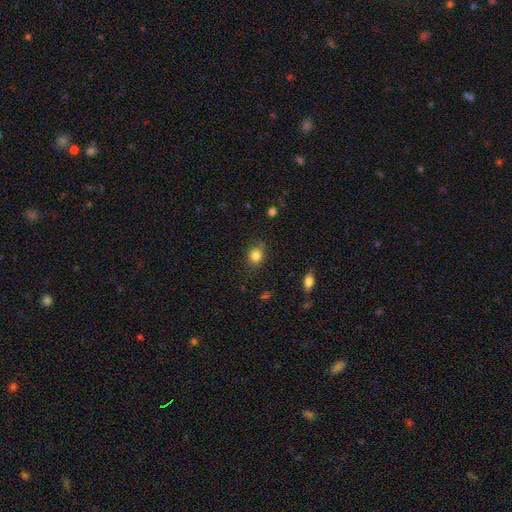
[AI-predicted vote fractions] Overall: smooth (84%). How rounded: round (68%; in between 31%). Merging: none (78%).